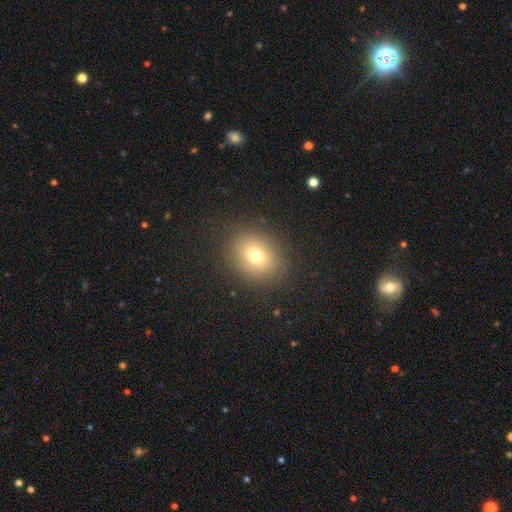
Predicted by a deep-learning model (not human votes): This is likely a smooth galaxy (73%). How rounded: possibly round (59%). Merging: clearly none (88%).